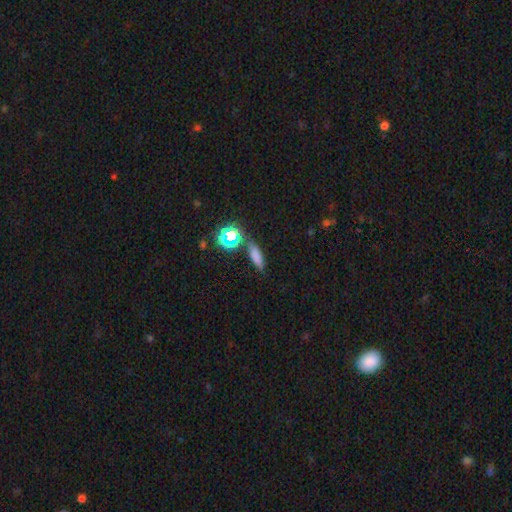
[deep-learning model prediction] This appears to be a smooth galaxy with no disk features (70%) that is in between round and cigar-shaped (50%). Merging: none (76%).